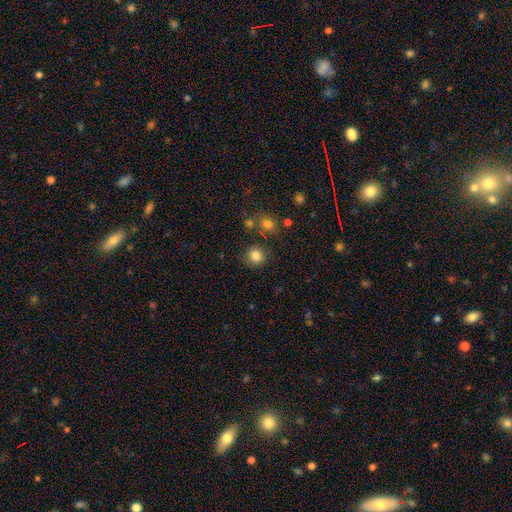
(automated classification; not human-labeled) This is clearly a smooth galaxy (83%). How rounded: clearly round (86%). Merging: clearly none (83%).